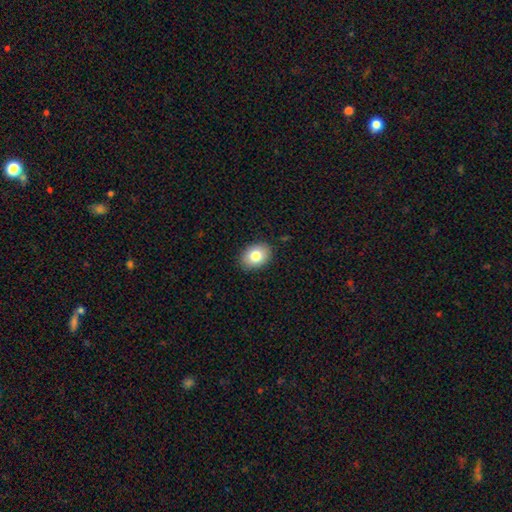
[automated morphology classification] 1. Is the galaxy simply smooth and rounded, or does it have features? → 81% smooth, 10% featured or disk, 8% star or artifact.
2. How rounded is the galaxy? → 67% in between, 32% round, 1% cigar-shaped.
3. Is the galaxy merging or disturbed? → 89% none, 9% minor disturbance, 2% major disturbance, 1% merger.